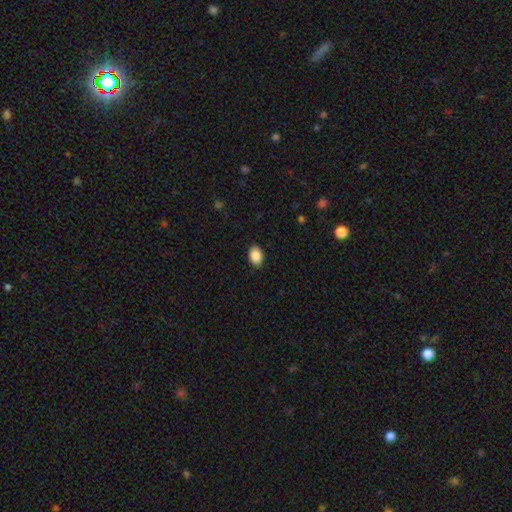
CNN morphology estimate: type=smooth (89%); roundness=in between (84%); merging=none (89%).